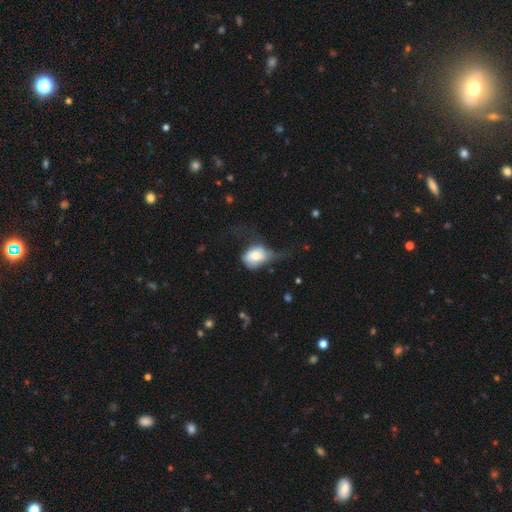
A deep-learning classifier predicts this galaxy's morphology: type=smooth (65%); roundness=in between (52%); merging=major disturbance (44%).